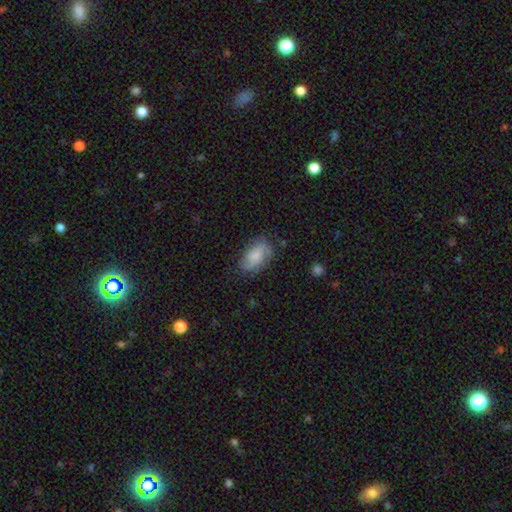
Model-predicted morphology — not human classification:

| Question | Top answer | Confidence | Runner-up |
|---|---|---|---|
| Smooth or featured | smooth | 68% | featured or disk (24%) |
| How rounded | in between | 91% | round (6%) |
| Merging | none | 66% | minor disturbance (24%) |